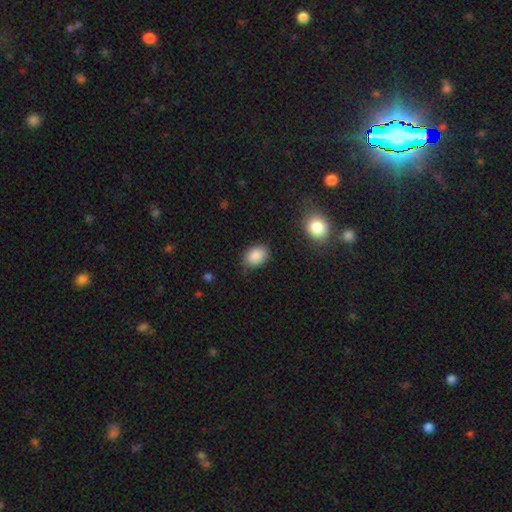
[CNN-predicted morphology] type=smooth (88%); roundness=in between (73%); merging=none (76%).